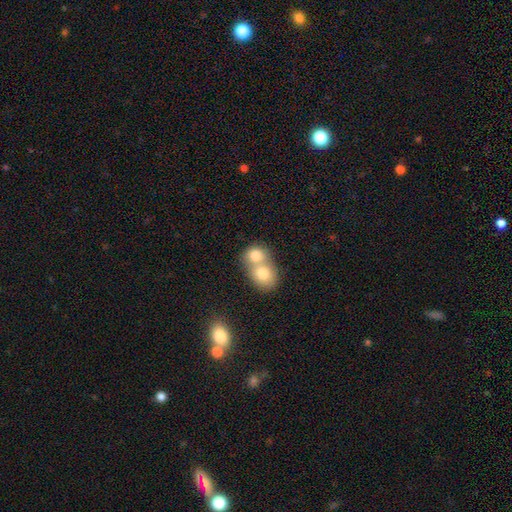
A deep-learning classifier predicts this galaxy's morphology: This appears to be a smooth galaxy with no disk features (77%) that is round (64%). Merging: merger (72%).